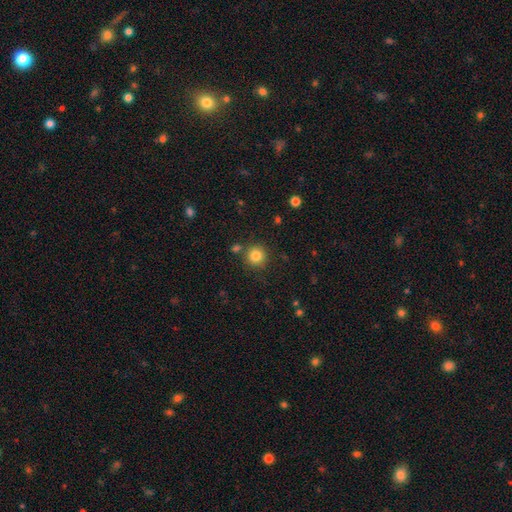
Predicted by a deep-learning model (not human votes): Overall: smooth (83%). How rounded: round (94%). Merging: none (84%).